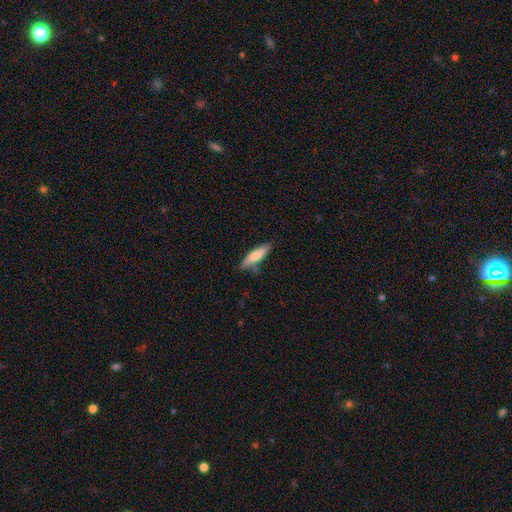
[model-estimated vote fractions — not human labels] A smooth galaxy with no disk features (77%) that is cigar-shaped (68%). Merging: none (78%).